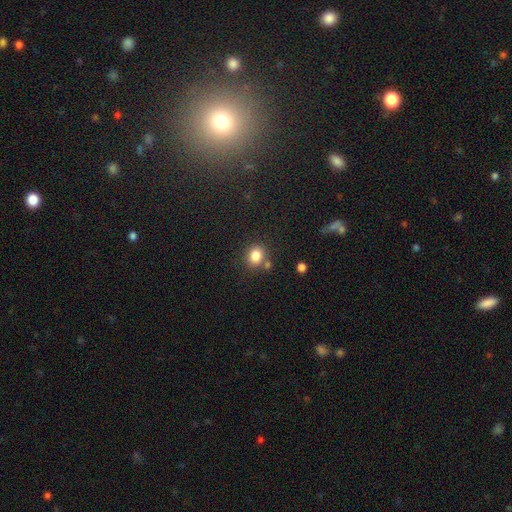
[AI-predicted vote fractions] Smooth or featured? Predicted: smooth (p=0.82). How rounded? Predicted: round (p=0.66). Merging? Predicted: none (p=0.71).